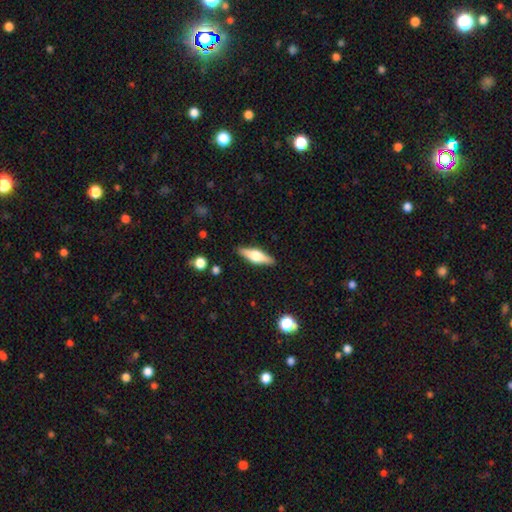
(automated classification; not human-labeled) smooth-or-featured: featured or disk: 54% | smooth: 39% | star or artifact: 6%
  disk-edge-on: yes: 94% | no: 6%
    edge-on-bulge: rounded: 92% | boxy: 6% | none: 2%
  merging: none: 88% | minor disturbance: 9% | major disturbance: 2% | merger: 1%